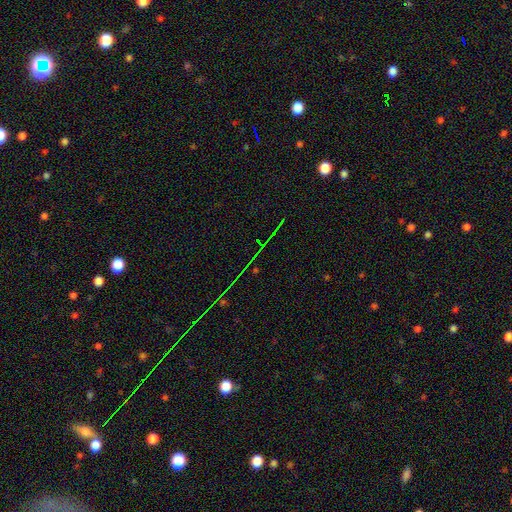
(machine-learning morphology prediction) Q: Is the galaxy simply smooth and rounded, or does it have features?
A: star or artifact — 76%.